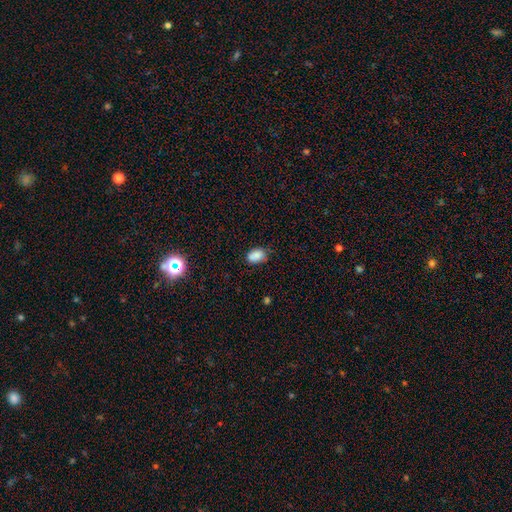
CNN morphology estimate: This appears to be a smooth galaxy with no disk features (83%) that is in between round and cigar-shaped (81%). Merging: none (64%).